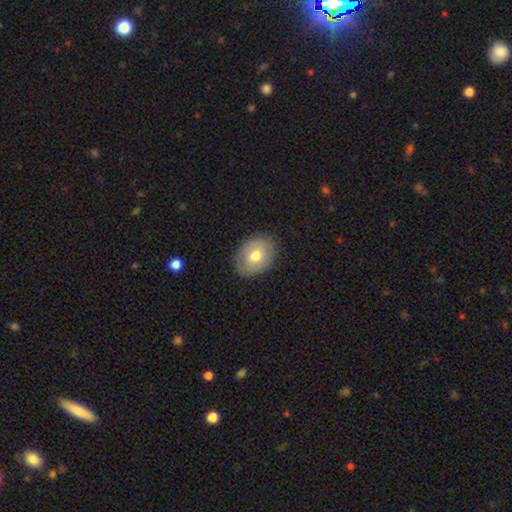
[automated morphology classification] smooth 66%, featured or disk 27%, star or artifact 8%. Down the decision tree: how rounded — in between (63%); merging — none (83%).